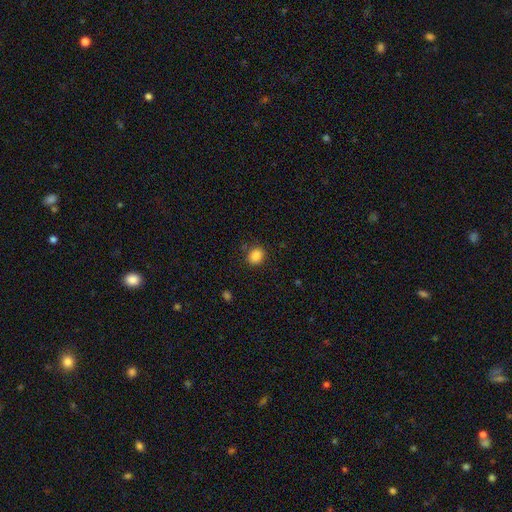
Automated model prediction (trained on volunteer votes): Smooth or featured? smooth (86%)
How rounded? round (58%)
Merging? none (83%)